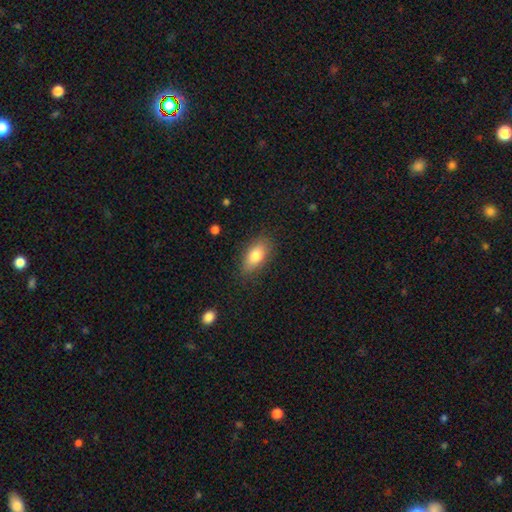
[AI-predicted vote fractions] This appears to be a smooth galaxy with no disk features (79%) that is in between round and cigar-shaped (86%). Merging: none (81%).